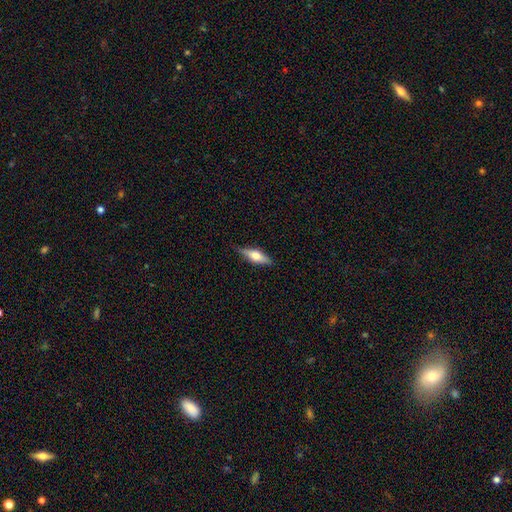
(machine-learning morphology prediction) This is possibly a smooth galaxy (48%). Merging: clearly none (85%).